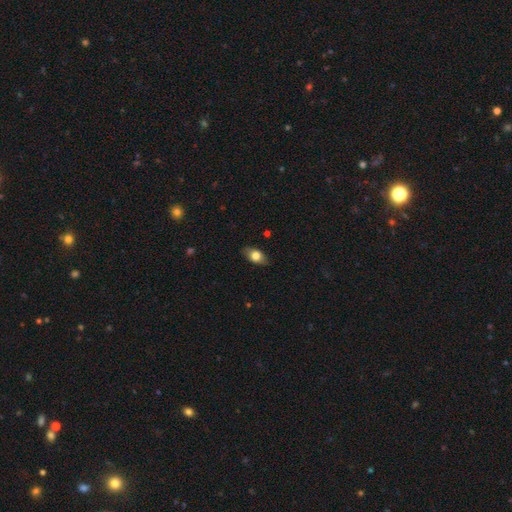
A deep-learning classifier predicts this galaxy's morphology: smooth 75%, featured or disk 18%, star or artifact 7%. Down the decision tree: how rounded — in between (85%); merging — none (84%).